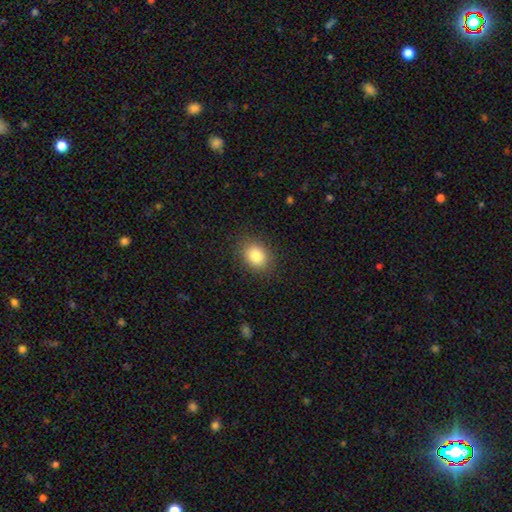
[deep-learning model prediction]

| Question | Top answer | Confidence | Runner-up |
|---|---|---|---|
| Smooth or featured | smooth | 83% | star or artifact (10%) |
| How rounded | in between | 51% | round (48%) |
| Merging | none | 87% | minor disturbance (9%) |